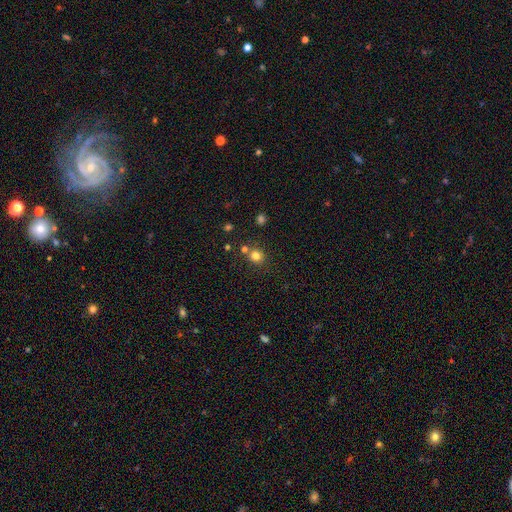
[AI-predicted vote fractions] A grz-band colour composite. It shows a smooth galaxy with no disk features (80%) that is round (84%). Merging: none (74%).